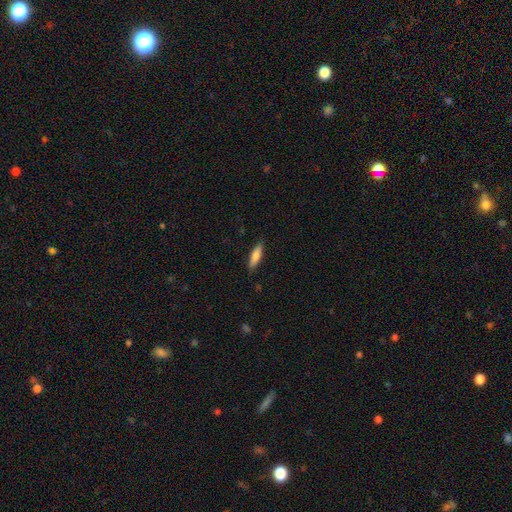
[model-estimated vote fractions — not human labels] The model was most divided on "how rounded": cigar-shaped: 65%, in between: 33%, round: 2%. More confident: merging — none (86%); smooth or featured — smooth (77%).